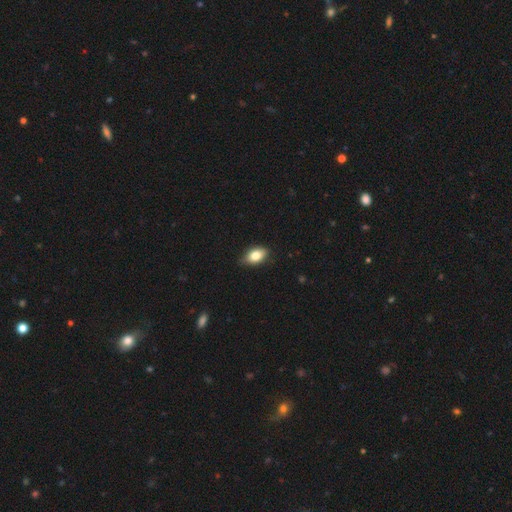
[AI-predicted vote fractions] Smooth or featured? smooth (80%)
How rounded? in between (87%)
Merging? none (80%)